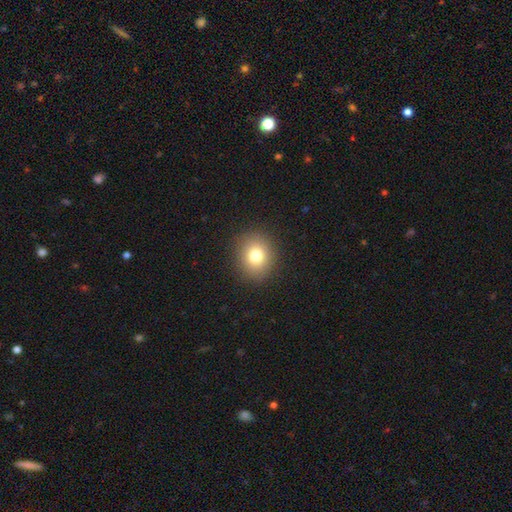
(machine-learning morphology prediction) A smooth galaxy with no disk features (78%) that is round (73%). Merging: none (90%).